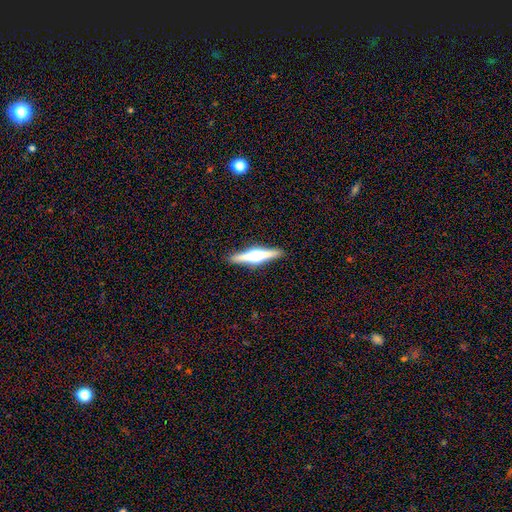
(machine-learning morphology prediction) This appears to be a featured or disk galaxy (73%) viewed edge-on (98%) with a rounded central bulge (89%). Merging: none (91%).